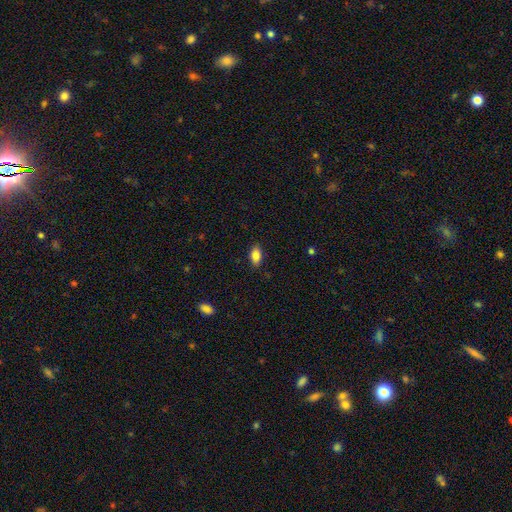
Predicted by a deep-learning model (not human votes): This is clearly a smooth galaxy (83%). How rounded: clearly in between (90%). Merging: clearly none (87%).